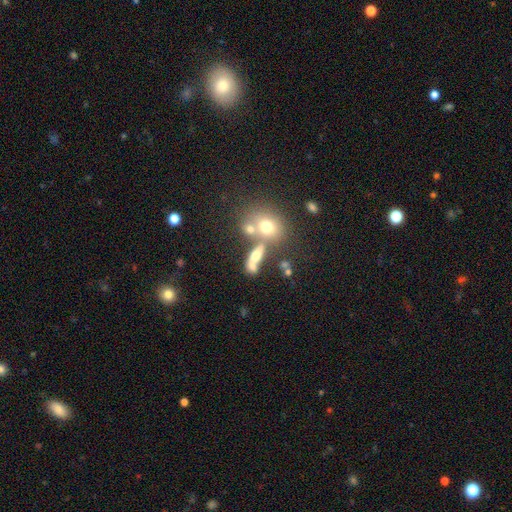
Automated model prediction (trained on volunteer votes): This appears to be a smooth galaxy with no disk features (56%) that is in between round and cigar-shaped (52%). Merging: none (38%, tied with merger).